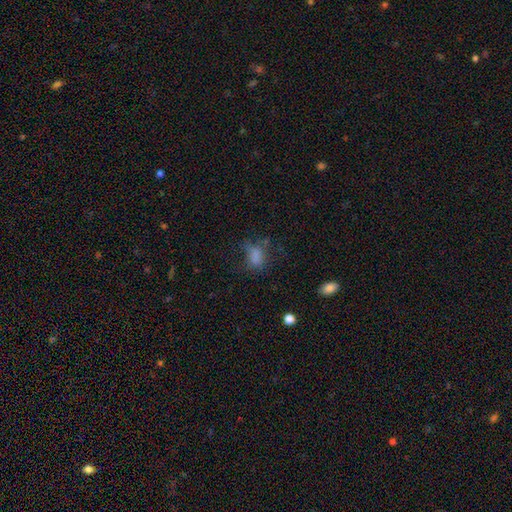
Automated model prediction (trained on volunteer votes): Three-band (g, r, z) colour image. It shows a smooth galaxy with no disk features (72%) that is in between round and cigar-shaped (74%). Merging: none (42%).